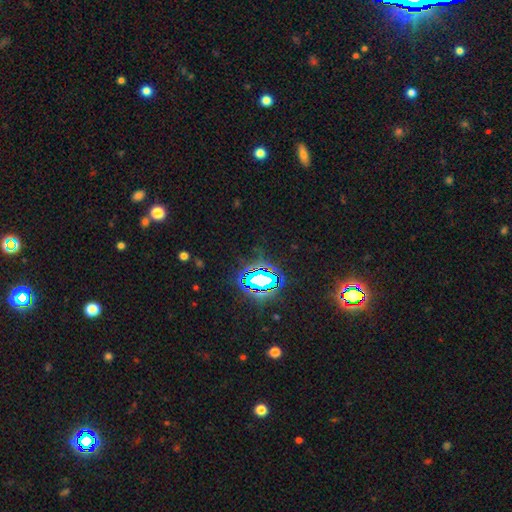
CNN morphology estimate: type=star or artifact (78%).